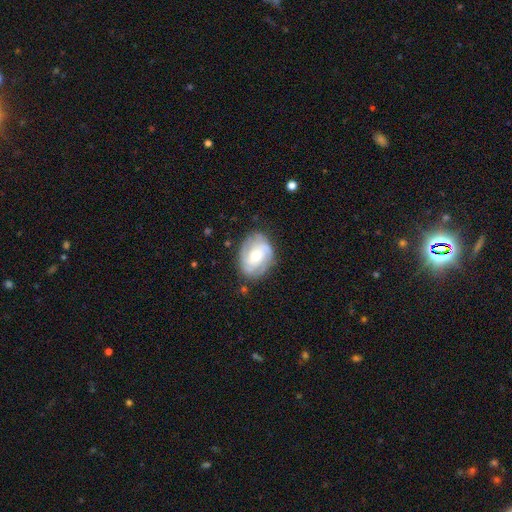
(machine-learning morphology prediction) smooth_or_featured: featured or disk (p=0.76) [alt: smooth p=0.18]
disk_edge_on: no (p=0.97) [alt: yes p=0.03]
bar: no (p=0.63) [alt: weak p=0.30]
has_spiral_arms: yes (p=0.92) [alt: no p=0.08]
spiral_winding: tight (p=0.55) [alt: medium p=0.35]
spiral_arm_count: 3 (p=0.33) [alt: can't tell p=0.26]
bulge_size: moderate (p=0.68) [alt: small p=0.24]
merging: none (p=0.76) [alt: minor disturbance p=0.17]